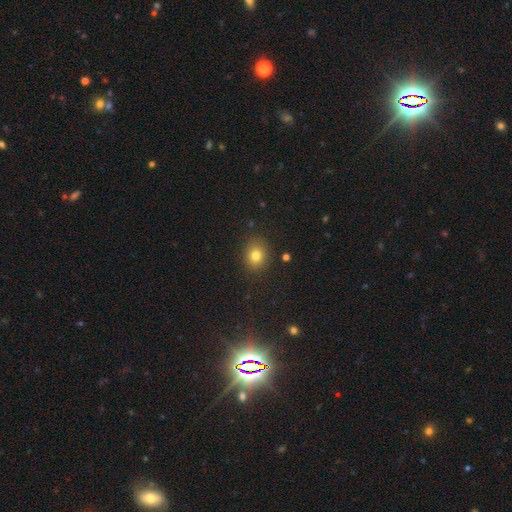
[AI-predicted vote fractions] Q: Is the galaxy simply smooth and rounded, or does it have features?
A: smooth — 79%.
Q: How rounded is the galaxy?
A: round — 61%.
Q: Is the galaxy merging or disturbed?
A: none — 86%.